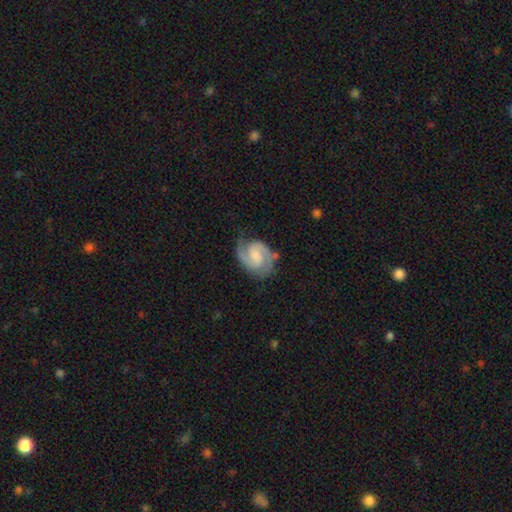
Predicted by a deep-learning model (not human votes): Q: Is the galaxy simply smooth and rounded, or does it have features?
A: featured or disk — 86%.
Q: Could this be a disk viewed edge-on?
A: no — 98%.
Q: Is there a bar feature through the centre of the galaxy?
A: weak — 50%.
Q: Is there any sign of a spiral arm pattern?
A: yes — 97%.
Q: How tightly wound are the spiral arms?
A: medium — 52%.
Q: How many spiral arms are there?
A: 2 — 91%.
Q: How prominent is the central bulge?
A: none — 32%.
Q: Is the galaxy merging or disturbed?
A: none — 71%.